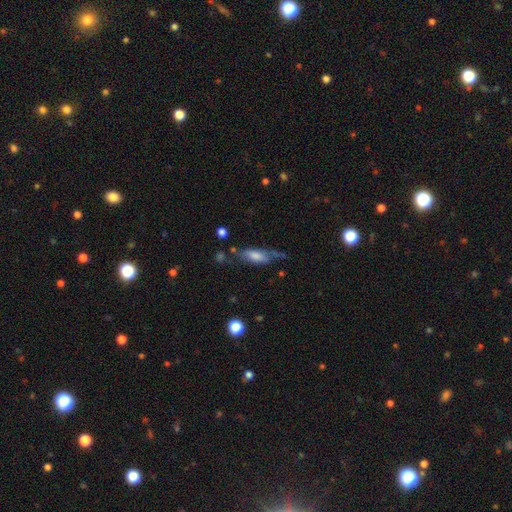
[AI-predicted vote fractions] Smooth or featured: smooth — 66% (featured or disk — 27%)
How rounded: in between — 70% (cigar-shaped — 28%)
Merging: none — 45% (minor disturbance — 30%)